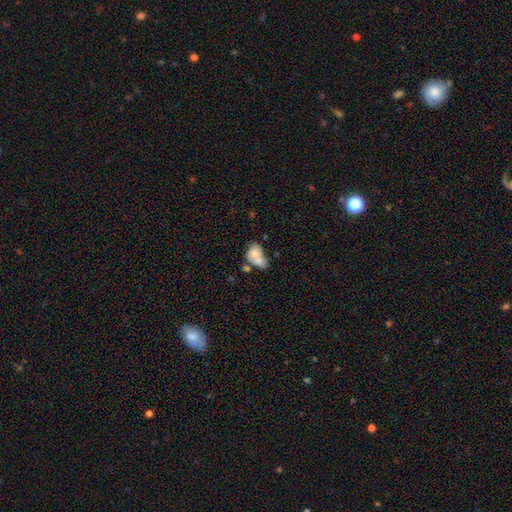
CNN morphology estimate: Q: Smooth or featured?
A: smooth (65%); runner-up: featured or disk (26%)
Q: How rounded?
A: in between (78%); runner-up: round (20%)
Q: Merging?
A: merger (59%); runner-up: none (18%)